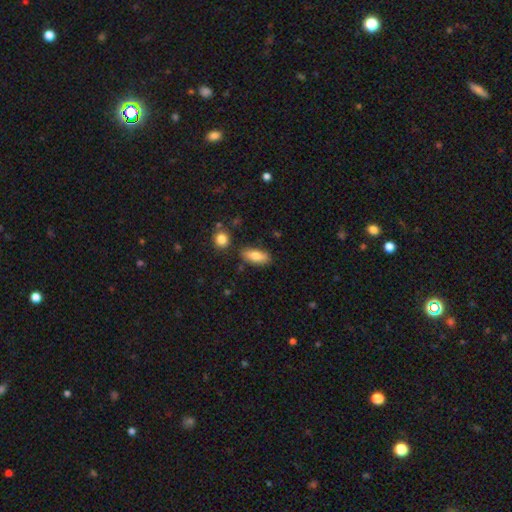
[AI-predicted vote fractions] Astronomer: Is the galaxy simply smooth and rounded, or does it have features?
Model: smooth — 79%.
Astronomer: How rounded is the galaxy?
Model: in between — 82%.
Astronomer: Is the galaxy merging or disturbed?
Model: none — 83%.